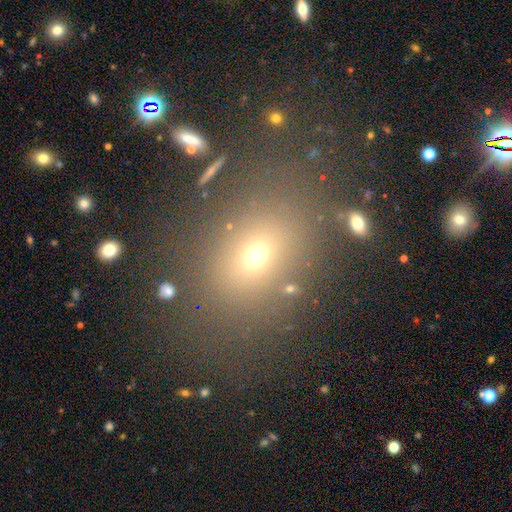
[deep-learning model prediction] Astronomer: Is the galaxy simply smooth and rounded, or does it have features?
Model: smooth — 61%.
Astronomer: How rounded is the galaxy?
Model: in between — 57% (runner-up: round, 41%).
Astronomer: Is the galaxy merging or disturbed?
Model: none — 80%.